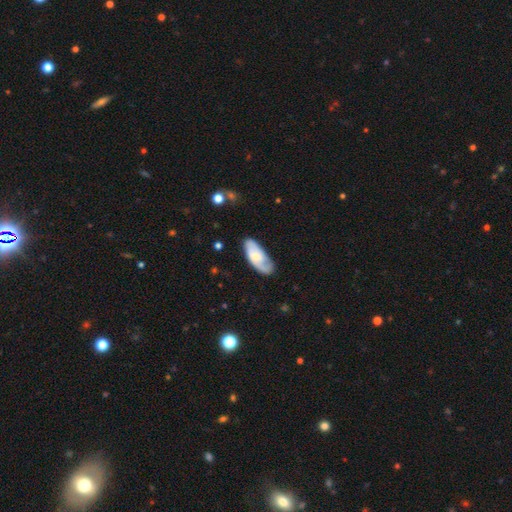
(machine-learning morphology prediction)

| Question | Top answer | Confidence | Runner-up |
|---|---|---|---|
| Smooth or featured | smooth | 52% | featured or disk (42%) |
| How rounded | in between | 84% | cigar-shaped (14%) |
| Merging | none | 65% | minor disturbance (25%) |